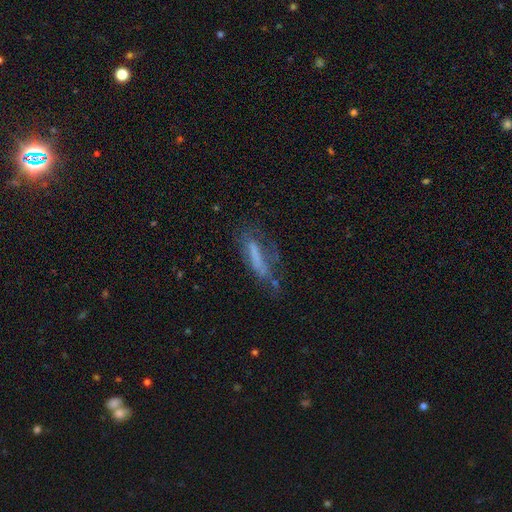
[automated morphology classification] This appears to be a smooth galaxy with no disk features (47%). Merging: none (44%).